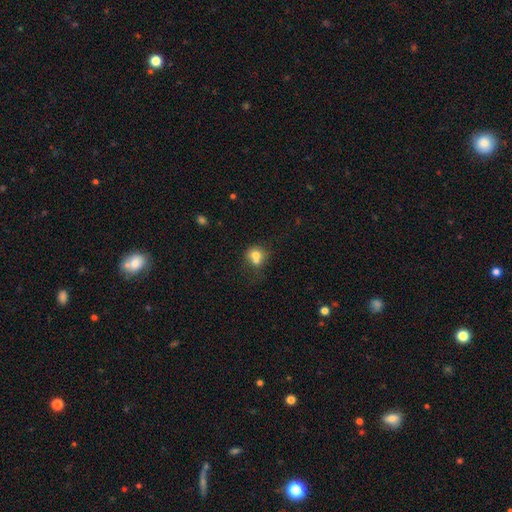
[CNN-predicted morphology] A smooth galaxy with no disk features (72%) that is round (75%).

Vote fractions:
- Smooth or featured? smooth: 72% / featured or disk: 17% / star or artifact: 11%
- How rounded? round: 75% / in between: 24% / cigar-shaped: 1%
- Merging? merger: 51% / none: 34% / minor disturbance: 10% / major disturbance: 4%